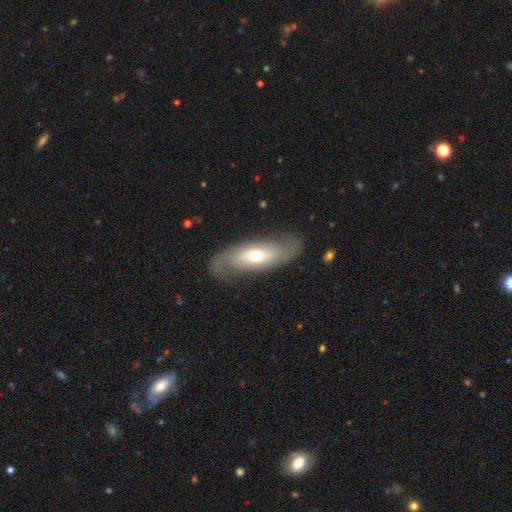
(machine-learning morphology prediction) type=featured or disk (57%); edge-on=no (81%); merging=none (76%).